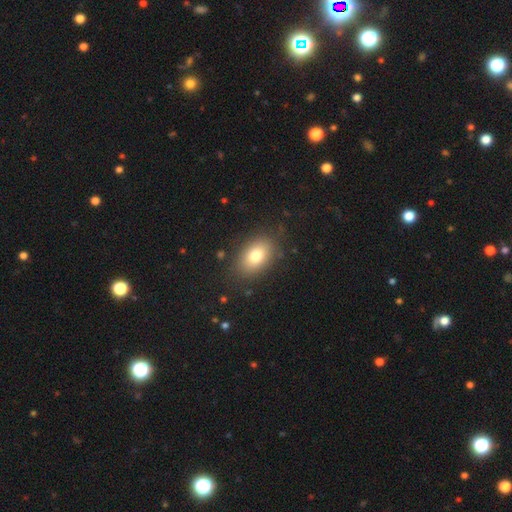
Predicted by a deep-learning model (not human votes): The model was most divided on "smooth or featured": smooth: 78%, featured or disk: 12%, star or artifact: 9%. More confident: how rounded — in between (84%); merging — none (83%).